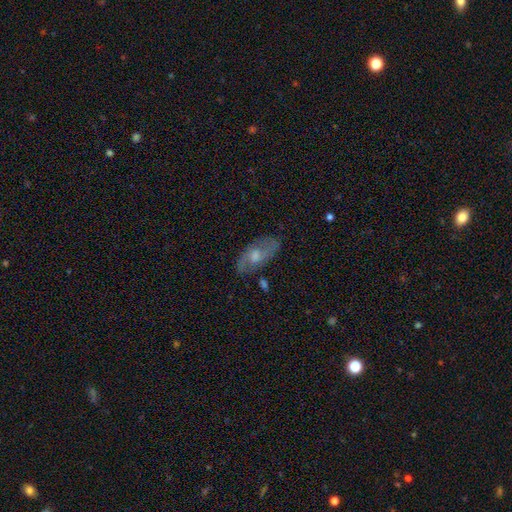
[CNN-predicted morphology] A featured or disk galaxy (60%) with no bar (62%), spiral arms (75%) and a moderate central bulge (60%).

Vote fractions:
- Smooth or featured? featured or disk: 60% / smooth: 33% / star or artifact: 7%
- Edge-on disk? no: 88% / yes: 12%
- Bar? no: 62% / weak: 33% / strong: 5%
- Spiral arms? yes: 75% / no: 25%
- Bulge size? moderate: 60% / small: 21% / large: 13% / none: 5% / dominant: 1%
- Merging? none: 73% / minor disturbance: 18% / major disturbance: 6% / merger: 2%